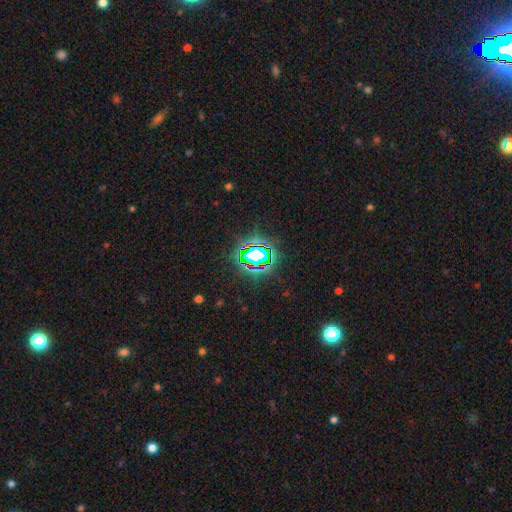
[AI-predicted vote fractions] Overall: star or artifact (73%).